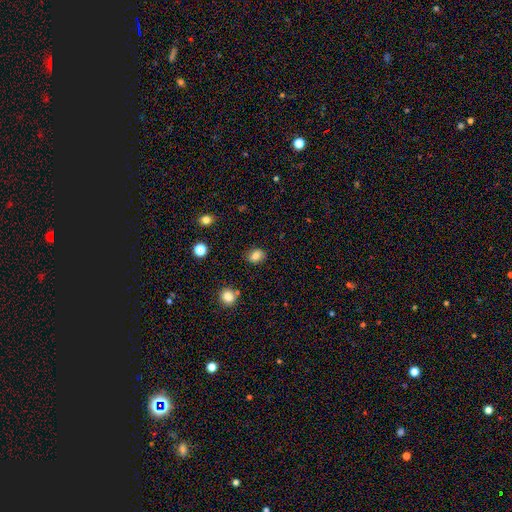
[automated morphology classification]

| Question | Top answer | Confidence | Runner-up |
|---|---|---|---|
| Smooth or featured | smooth | 81% | star or artifact (11%) |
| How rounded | in between | 58% | round (41%) |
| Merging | none | 84% | minor disturbance (11%) |